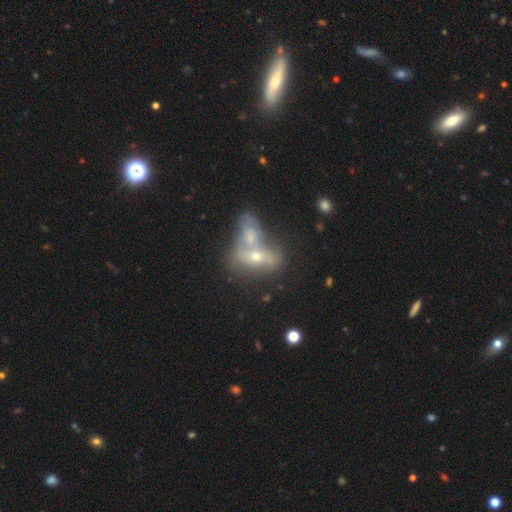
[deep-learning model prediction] This appears to be a featured or disk galaxy (52%). Merging: merger (64%).